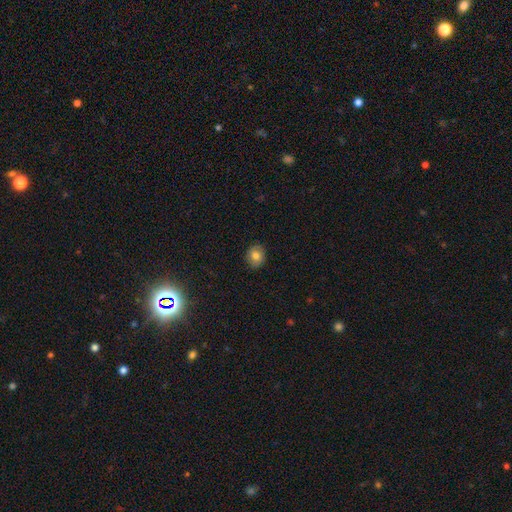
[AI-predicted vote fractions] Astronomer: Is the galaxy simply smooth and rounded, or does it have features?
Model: smooth — 77%.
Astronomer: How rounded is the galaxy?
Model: round — 67%.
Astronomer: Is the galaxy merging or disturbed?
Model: none — 88%.